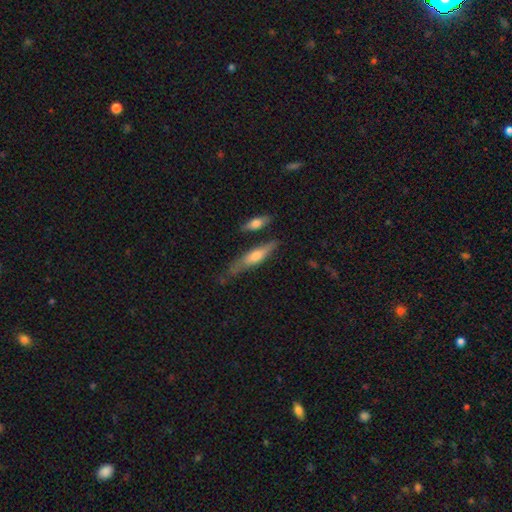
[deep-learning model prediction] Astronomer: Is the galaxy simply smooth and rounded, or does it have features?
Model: smooth — 52% (runner-up: featured or disk, 42%).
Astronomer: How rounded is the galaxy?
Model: cigar-shaped — 76%.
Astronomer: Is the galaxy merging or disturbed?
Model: none — 65%.